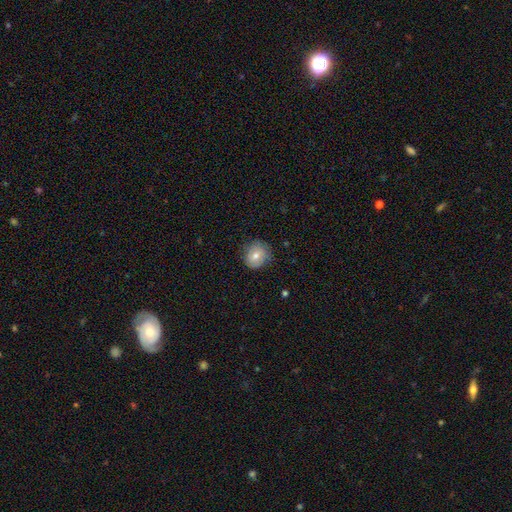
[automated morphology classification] Smooth or featured? Predicted: smooth (p=0.67). How rounded? Predicted: round (p=0.81). Merging? Predicted: none (p=0.76).